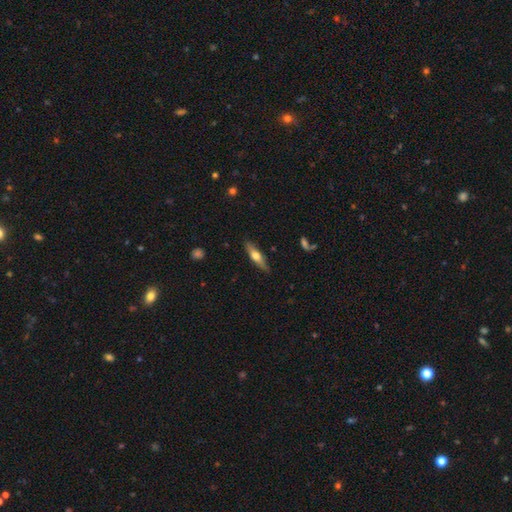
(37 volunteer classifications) Smooth or featured? smooth (49%)
How rounded? cigar-shaped (83%)
Merging? none (91%)